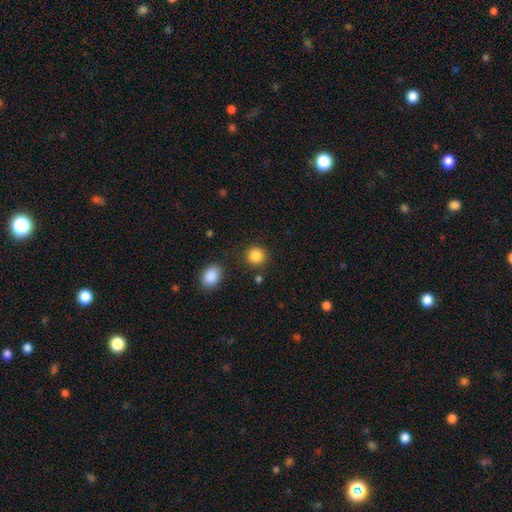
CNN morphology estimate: smooth-or-featured: smooth: 87% | star or artifact: 10% | featured or disk: 4%
  how-rounded: round: 89% | in between: 10% | cigar-shaped: 1%
  merging: none: 86% | minor disturbance: 8% | merger: 4% | major disturbance: 3%